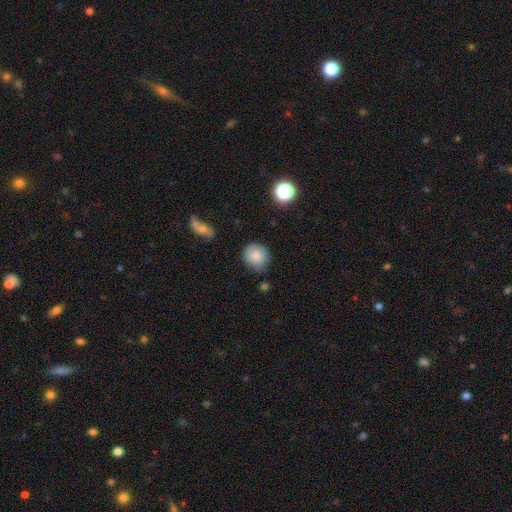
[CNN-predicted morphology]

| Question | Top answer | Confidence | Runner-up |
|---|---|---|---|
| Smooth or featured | smooth | 82% | star or artifact (9%) |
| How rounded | round | 81% | in between (18%) |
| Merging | none | 76% | minor disturbance (18%) |